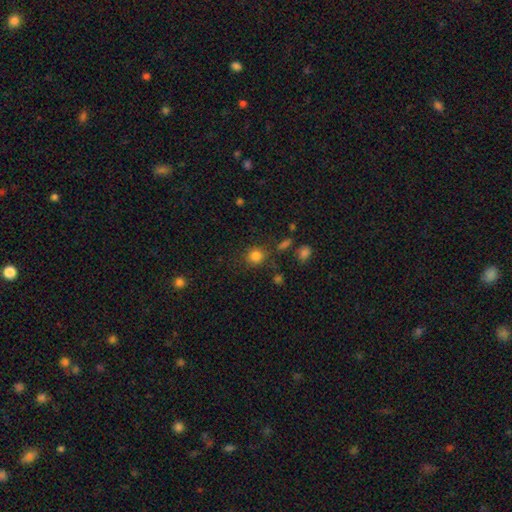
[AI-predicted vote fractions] smooth-or-featured: smooth: 82% | star or artifact: 13% | featured or disk: 5%
  how-rounded: round: 85% | in between: 14% | cigar-shaped: 1%
  merging: none: 79% | minor disturbance: 11% | merger: 5% | major disturbance: 5%